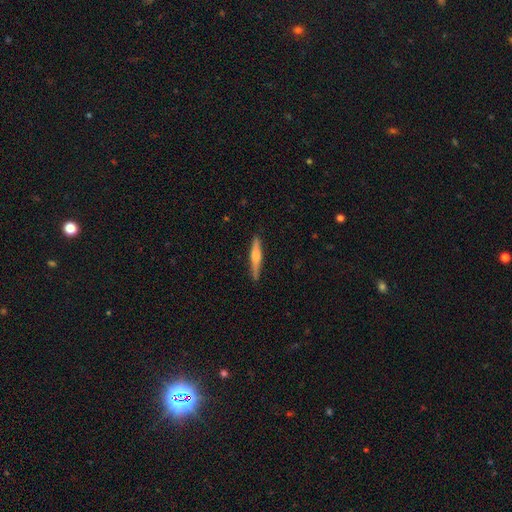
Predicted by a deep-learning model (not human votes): This appears to be a featured or disk galaxy (50%). Merging: none (87%).